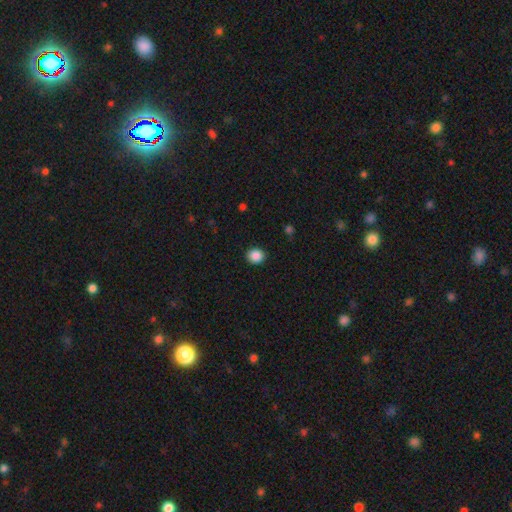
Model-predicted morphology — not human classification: Overall: smooth (88%). How rounded: round (80%). Merging: none (91%).